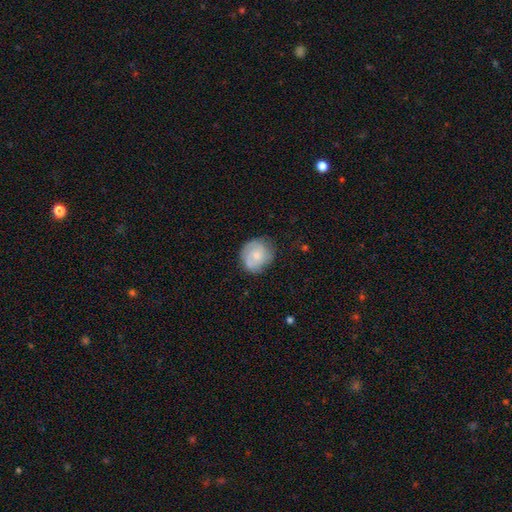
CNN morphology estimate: Overall: smooth (56%; featured or disk 37%). How rounded: round (78%). Merging: none (69%).